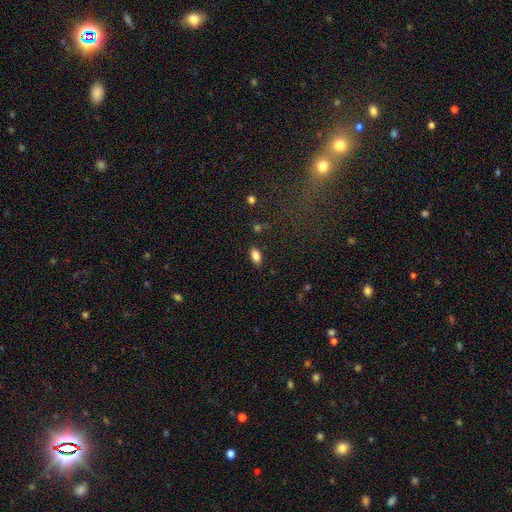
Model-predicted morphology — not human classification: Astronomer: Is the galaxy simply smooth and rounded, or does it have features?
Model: smooth — 86%.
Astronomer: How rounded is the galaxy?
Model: in between — 91%.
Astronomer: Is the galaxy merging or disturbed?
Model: none — 86%.